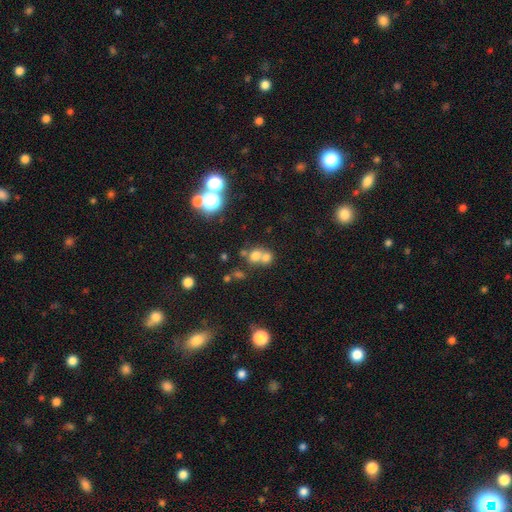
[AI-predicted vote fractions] Overall: smooth (65%). How rounded: round (69%; in between 30%). Merging: merger (56%; none 34%).